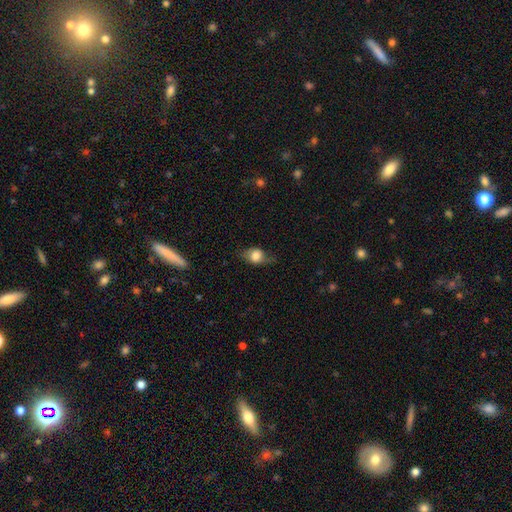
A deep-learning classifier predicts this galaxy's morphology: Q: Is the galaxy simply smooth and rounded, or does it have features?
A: smooth — 69%.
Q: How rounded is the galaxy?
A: in between — 67%.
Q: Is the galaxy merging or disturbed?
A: none — 64%.